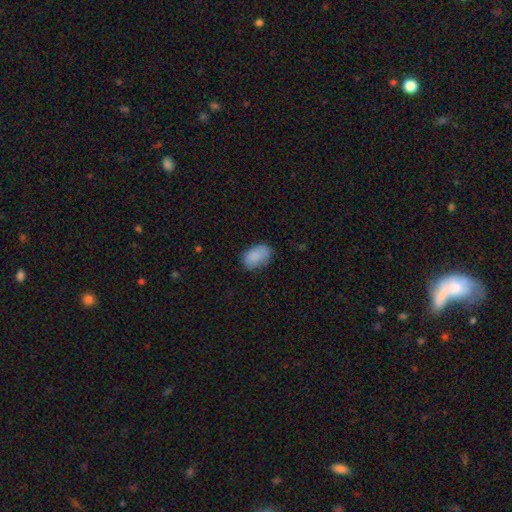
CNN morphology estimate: This is clearly a smooth galaxy (87%). How rounded: clearly in between (89%). Merging: likely none (76%).